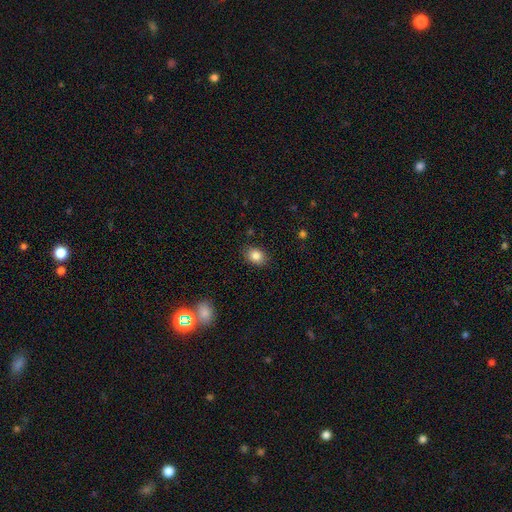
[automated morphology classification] Q: Smooth or featured?
A: smooth (85%); runner-up: star or artifact (10%)
Q: How rounded?
A: in between (59%); runner-up: round (40%)
Q: Merging?
A: none (86%); runner-up: minor disturbance (10%)